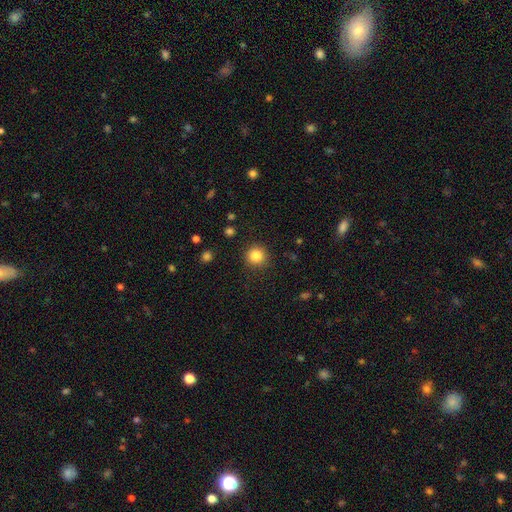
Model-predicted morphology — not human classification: smooth 85%, star or artifact 11%, featured or disk 5%. Down the decision tree: how rounded — round (94%); merging — none (90%).